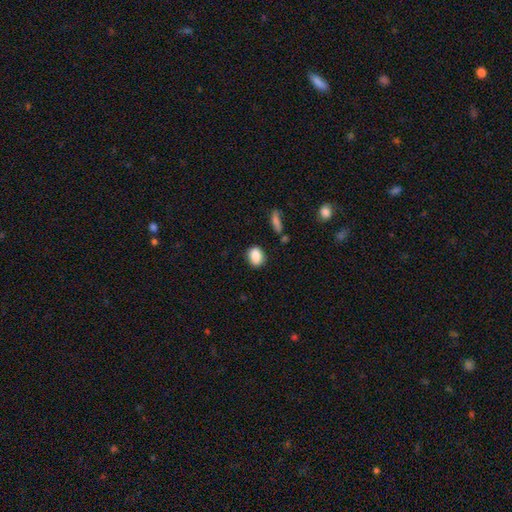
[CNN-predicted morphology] The model was most divided on "how rounded": in between: 63%, round: 35%, cigar-shaped: 2%. More confident: smooth or featured — smooth (87%); merging — none (84%).